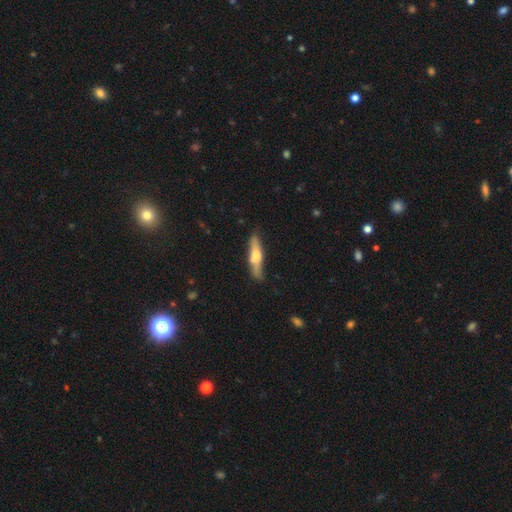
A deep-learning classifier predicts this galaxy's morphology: This is possibly a featured or disk galaxy (50%). Merging: likely none (78%).